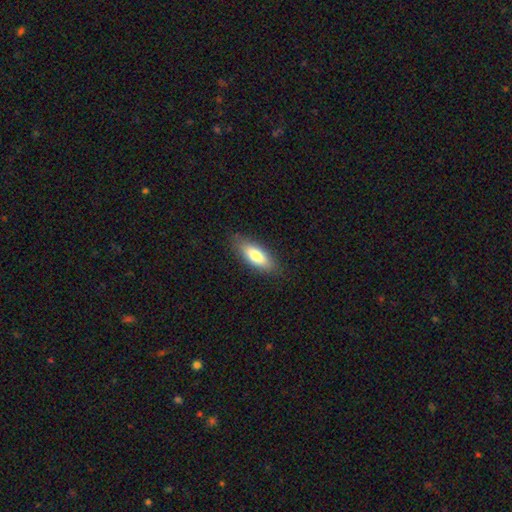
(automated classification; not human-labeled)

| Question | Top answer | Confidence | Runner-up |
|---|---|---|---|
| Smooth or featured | smooth | 77% | featured or disk (17%) |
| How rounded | in between | 69% | cigar-shaped (29%) |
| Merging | none | 84% | minor disturbance (12%) |